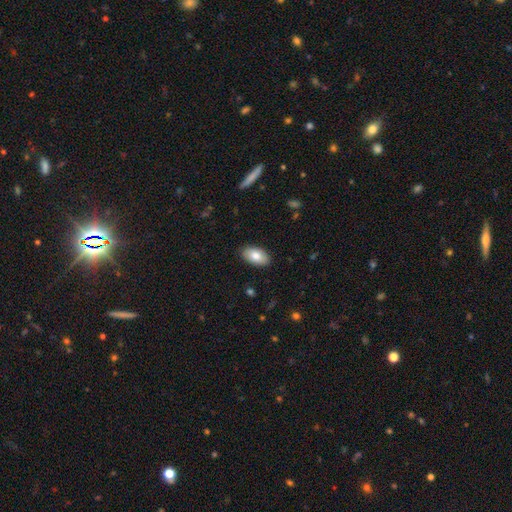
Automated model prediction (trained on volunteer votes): Smooth or featured: smooth — 82% (featured or disk — 12%)
How rounded: in between — 95% (round — 3%)
Merging: none — 89% (minor disturbance — 8%)